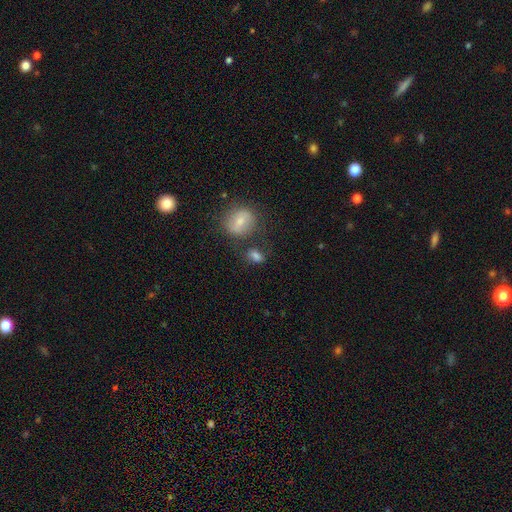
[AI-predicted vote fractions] smooth_or_featured: smooth (p=0.76) [alt: star or artifact p=0.13]
how_rounded: in between (p=0.71) [alt: round p=0.24]
merging: none (p=0.61) [alt: minor disturbance p=0.17]